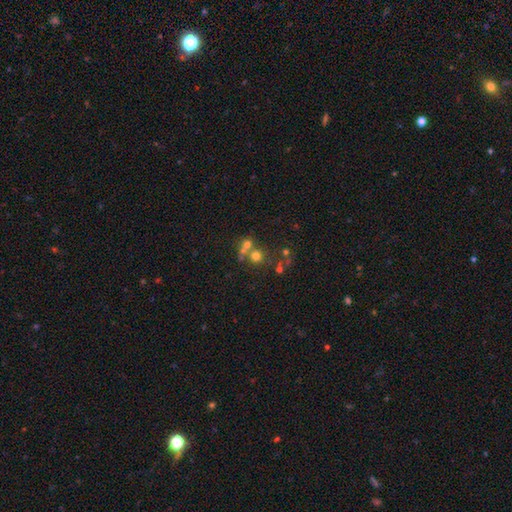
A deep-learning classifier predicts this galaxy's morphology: Smooth or featured? Predicted: smooth (p=0.61). How rounded? Predicted: round (p=0.86). Merging? Predicted: none (p=0.47).